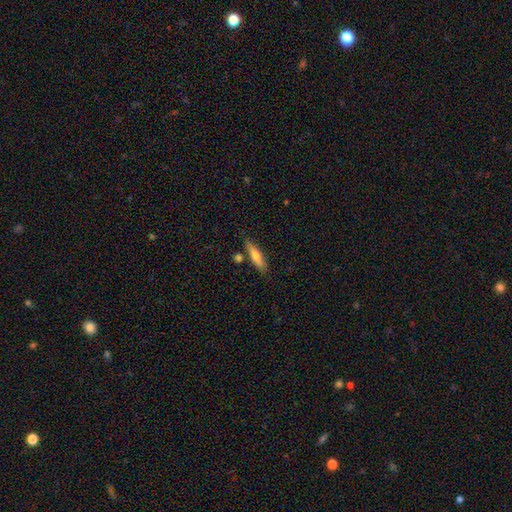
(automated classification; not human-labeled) A smooth galaxy with no disk features (66%) that is cigar-shaped (74%).

Vote fractions:
- Smooth or featured? smooth: 66% / featured or disk: 28% / star or artifact: 6%
- How rounded? cigar-shaped: 74% / in between: 24% / round: 2%
- Merging? none: 75% / minor disturbance: 15% / merger: 7% / major disturbance: 3%